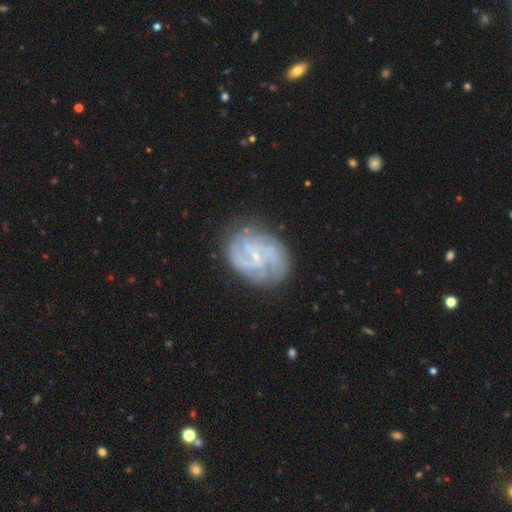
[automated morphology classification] A featured or disk galaxy (82%) with a weak bar (45%), tight (51%) spiral arms (93%) and a small central bulge (79%).

Vote fractions:
- Smooth or featured? featured or disk: 82% / smooth: 11% / star or artifact: 7%
- Edge-on disk? no: 98% / yes: 2%
- Bar? weak: 45% / no: 44% / strong: 10%
- Spiral arms? yes: 93% / no: 7%
- Spiral winding? tight: 51% / medium: 38% / loose: 12%
- Spiral arm count? can't tell: 31% / 2: 27% / 3: 19% / 4: 12% / more than 4: 6% / 1: 6%
- Bulge size? small: 79% / moderate: 12% / none: 7% / large: 1% / dominant: 1%
- Merging? none: 75% / minor disturbance: 17% / major disturbance: 7% / merger: 2%